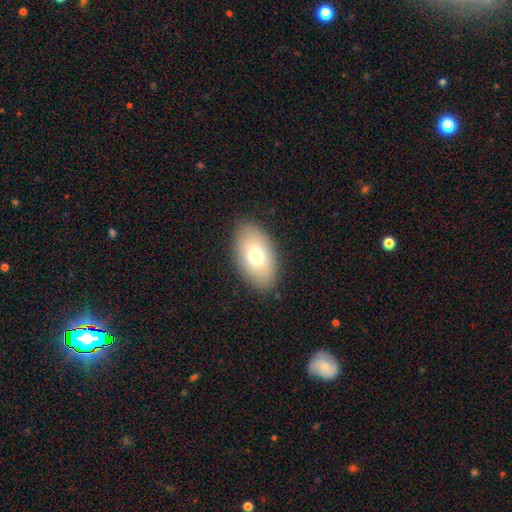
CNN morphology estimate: Smooth or featured?
  - smooth: 73% *
  - featured or disk: 18%
  - star or artifact: 8%
How rounded?
  - in between: 92% *
  - round: 6%
  - cigar-shaped: 2%
Merging?
  - none: 87% *
  - minor disturbance: 9%
  - major disturbance: 3%
  - merger: 1%